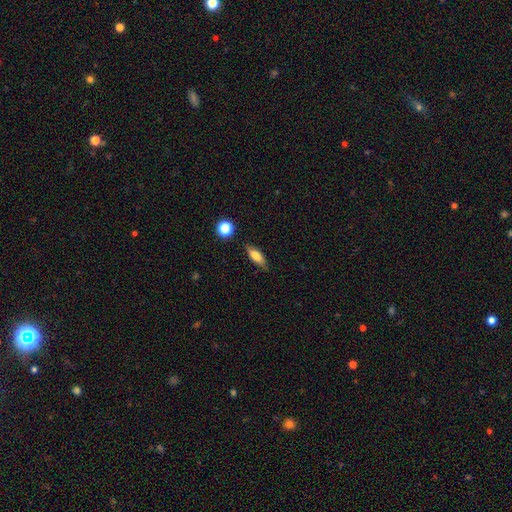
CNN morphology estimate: This appears to be a smooth galaxy with no disk features (73%) that is in between round and cigar-shaped (62%). Merging: none (81%).